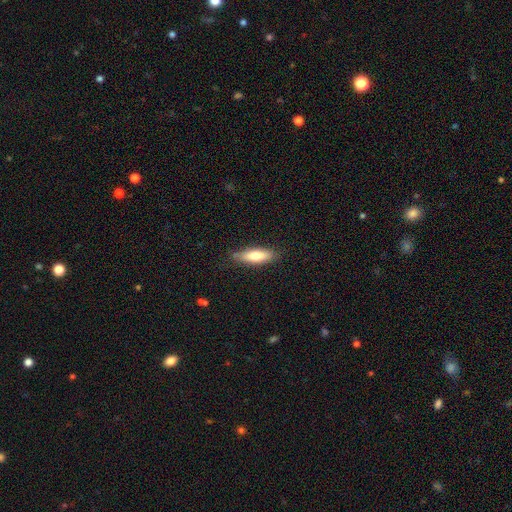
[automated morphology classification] Smooth or featured? smooth (71%)
How rounded? in between (50%)
Merging? none (81%)